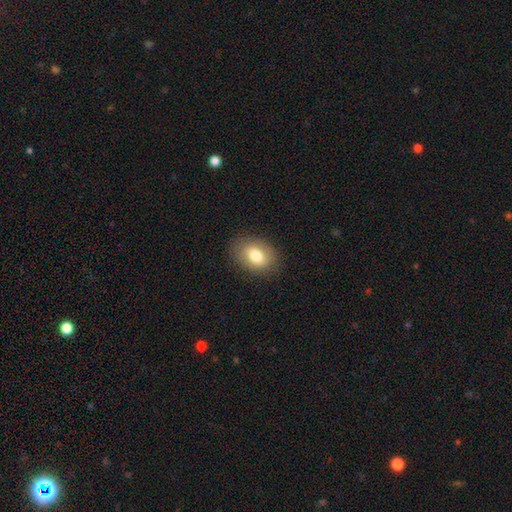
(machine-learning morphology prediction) This is likely a smooth galaxy (78%). How rounded: likely in between (77%). Merging: clearly none (85%).